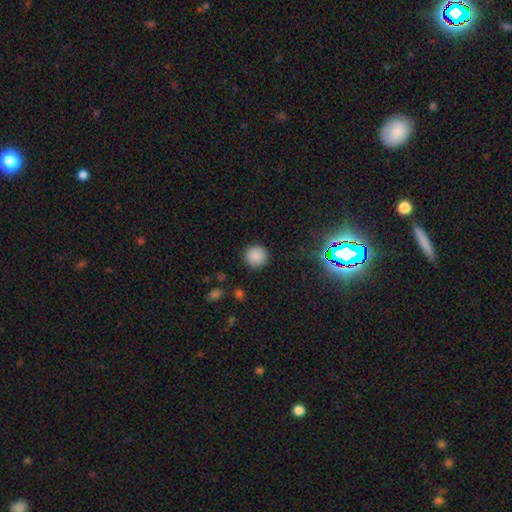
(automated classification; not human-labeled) smooth_or_featured: smooth (p=0.86) [alt: star or artifact p=0.11]
how_rounded: round (p=0.95) [alt: in between p=0.04]
merging: none (p=0.91) [alt: minor disturbance p=0.06]